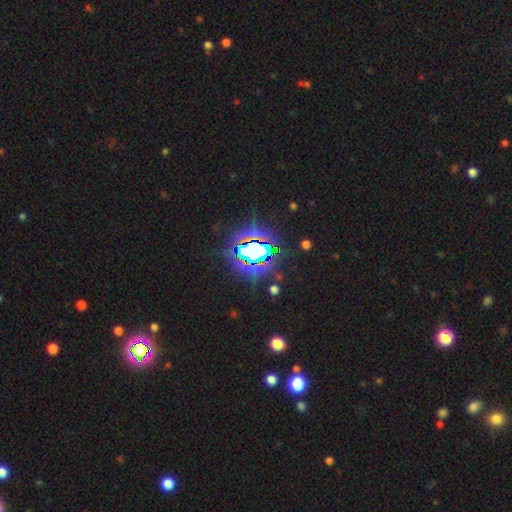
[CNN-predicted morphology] Smooth or featured? star or artifact (80%)